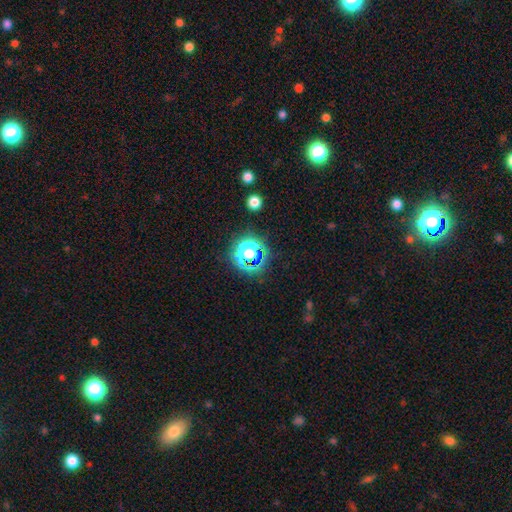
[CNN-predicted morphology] This appears to be a star or artifact, not a galaxy (47%).